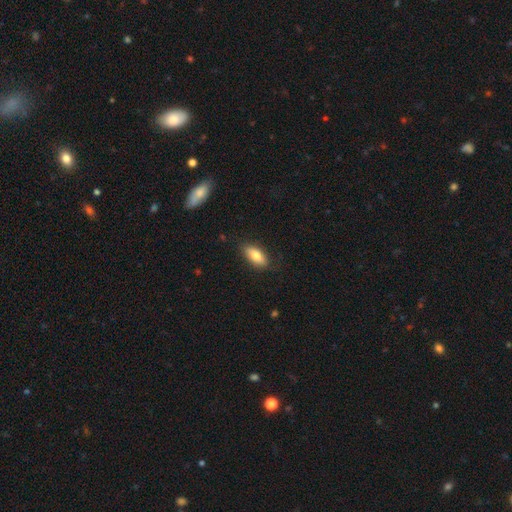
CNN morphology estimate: smooth_or_featured: smooth (p=0.80) [alt: featured or disk p=0.14]
how_rounded: in between (p=0.84) [alt: cigar-shaped p=0.14]
merging: none (p=0.83) [alt: minor disturbance p=0.13]